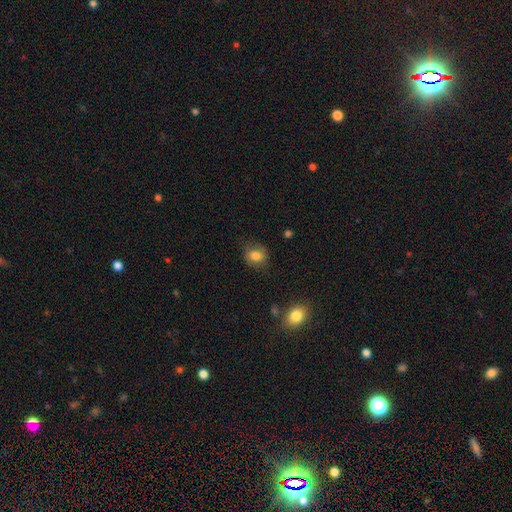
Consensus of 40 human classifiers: This appears to be a smooth galaxy with no disk features (78%) that is round (81%). Merging: none (80%).